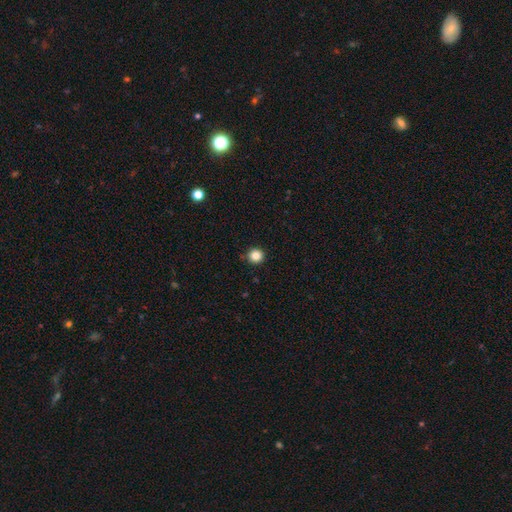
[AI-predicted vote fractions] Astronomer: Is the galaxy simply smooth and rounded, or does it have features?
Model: smooth — 85%.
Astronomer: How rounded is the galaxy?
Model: round — 95%.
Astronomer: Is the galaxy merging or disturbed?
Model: none — 90%.